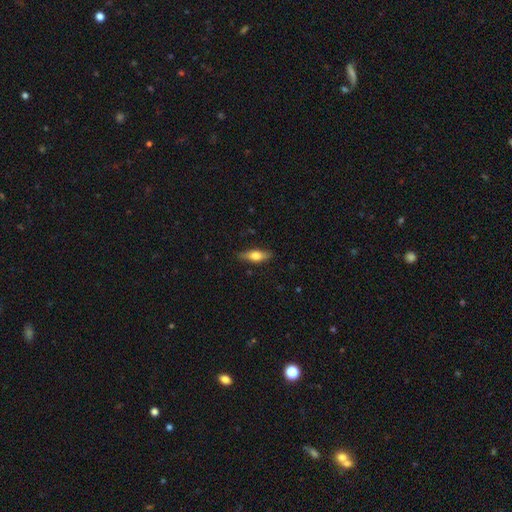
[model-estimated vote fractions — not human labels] The model was most divided on "how rounded": in between: 55%, cigar-shaped: 41%, round: 3%. More confident: merging — none (85%); smooth or featured — smooth (58%).